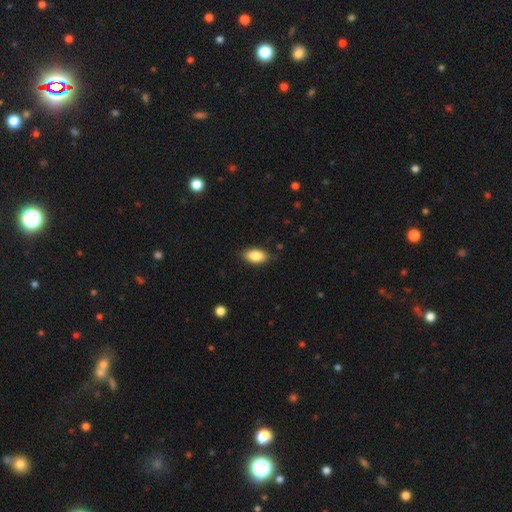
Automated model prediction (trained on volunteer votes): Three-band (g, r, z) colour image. It shows a smooth galaxy with no disk features (86%) that is in between round and cigar-shaped (91%). Merging: none (82%).